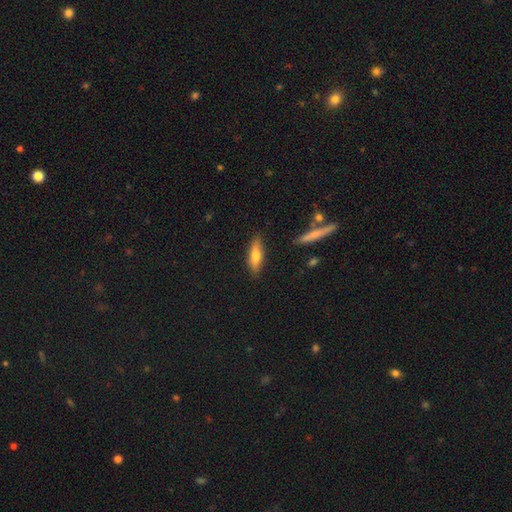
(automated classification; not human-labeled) Morphology: type=smooth (66%); roundness=cigar-shaped (54%); merging=none (85%).